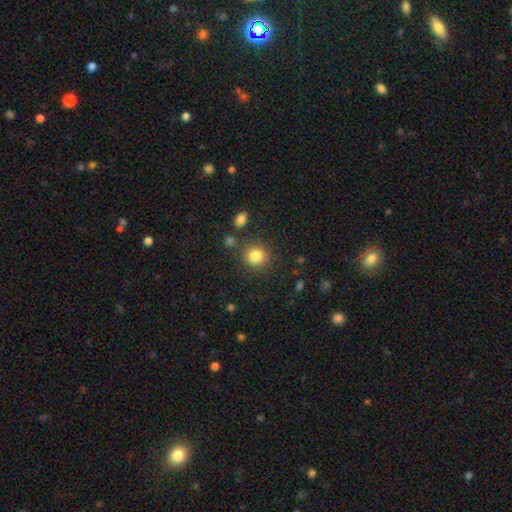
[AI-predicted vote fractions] Smooth or featured: smooth — 84% (star or artifact — 11%)
How rounded: round — 84% (in between — 15%)
Merging: none — 83% (minor disturbance — 9%)